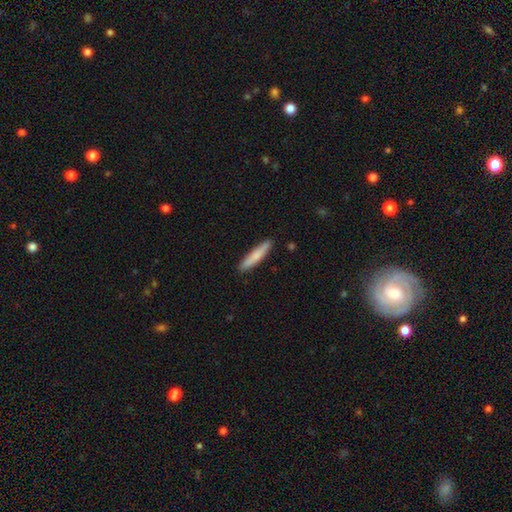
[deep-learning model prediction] Q: Smooth or featured?
A: smooth (75%); runner-up: featured or disk (20%)
Q: How rounded?
A: cigar-shaped (90%); runner-up: in between (8%)
Q: Merging?
A: none (88%); runner-up: minor disturbance (9%)